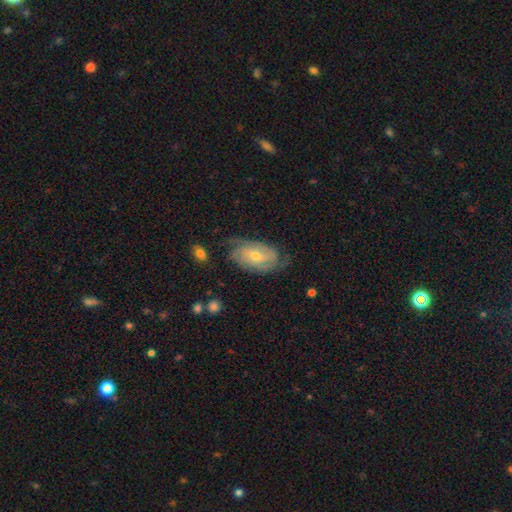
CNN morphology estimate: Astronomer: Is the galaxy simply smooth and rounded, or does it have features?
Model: featured or disk — 79%.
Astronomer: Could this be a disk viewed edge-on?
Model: no — 95%.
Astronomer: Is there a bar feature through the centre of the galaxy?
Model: no — 50% (runner-up: weak, 39%).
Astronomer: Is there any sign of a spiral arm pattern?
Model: yes — 93%.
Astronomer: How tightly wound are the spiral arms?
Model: tight — 58%.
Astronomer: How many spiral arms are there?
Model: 2 — 46% (runner-up: can't tell, 27%).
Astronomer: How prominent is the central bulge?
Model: small — 50% (runner-up: moderate, 46%).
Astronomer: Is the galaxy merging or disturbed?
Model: none — 70%.